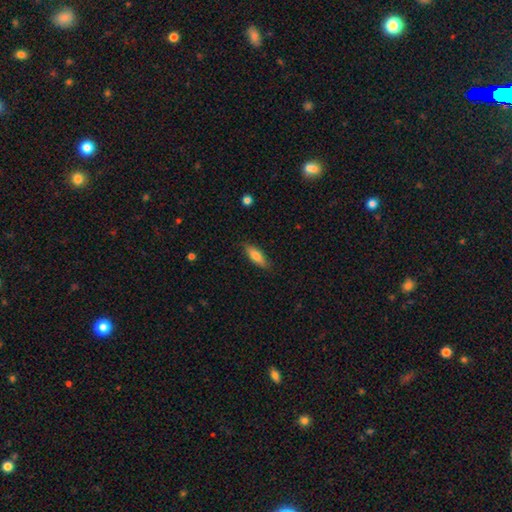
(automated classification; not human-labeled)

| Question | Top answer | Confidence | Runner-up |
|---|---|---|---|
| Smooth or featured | smooth | 77% | featured or disk (17%) |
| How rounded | in between | 58% | cigar-shaped (39%) |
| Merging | none | 84% | minor disturbance (13%) |